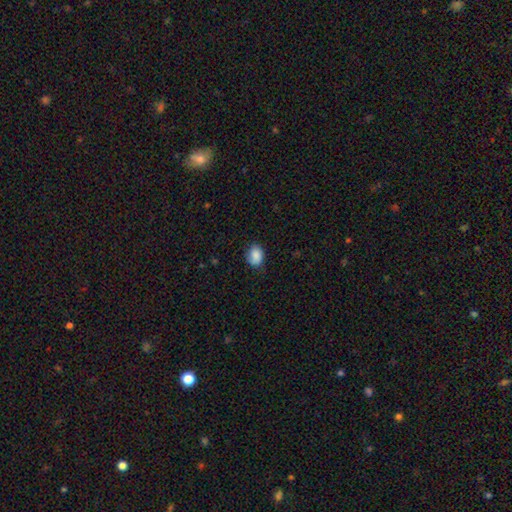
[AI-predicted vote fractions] Smooth or featured? Predicted: smooth (p=0.84). How rounded? Predicted: in between (p=0.62). Merging? Predicted: none (p=0.73).